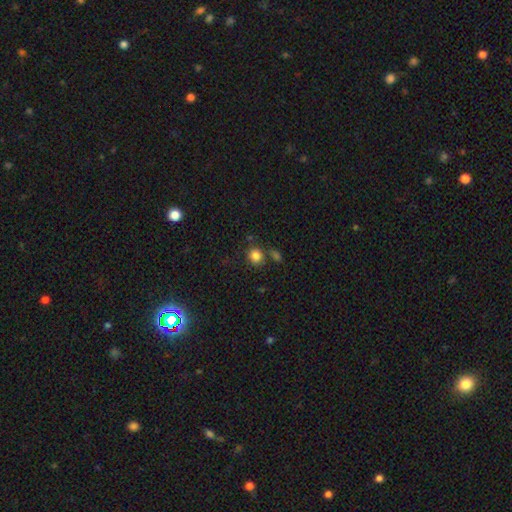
Smooth or featured: smooth — 90% (featured or disk — 5%)
How rounded: round — 80% (in between — 20%)
Merging: none — 59% (merger — 22%)